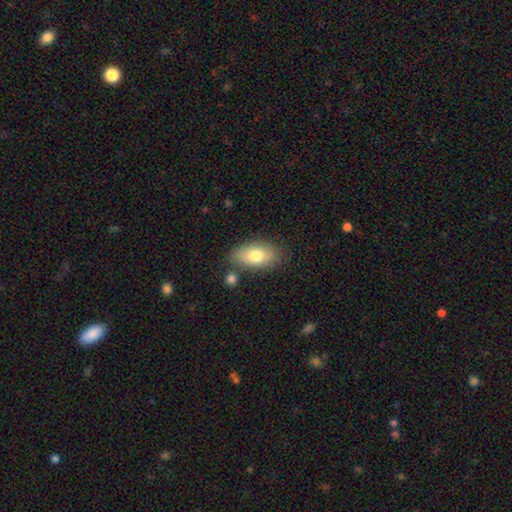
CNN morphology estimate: Smooth or featured? smooth (77%)
How rounded? in between (91%)
Merging? none (74%)